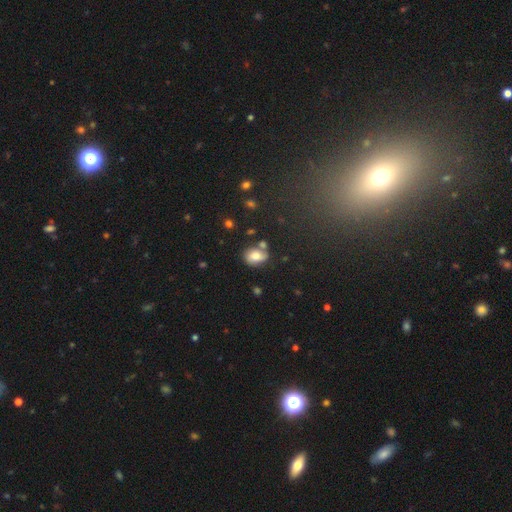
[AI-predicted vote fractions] Smooth or featured?
  - smooth: 66% *
  - featured or disk: 24%
  - star or artifact: 10%
How rounded?
  - in between: 64% *
  - round: 34%
  - cigar-shaped: 1%
Merging?
  - none: 56% *
  - minor disturbance: 20%
  - merger: 17%
  - major disturbance: 6%